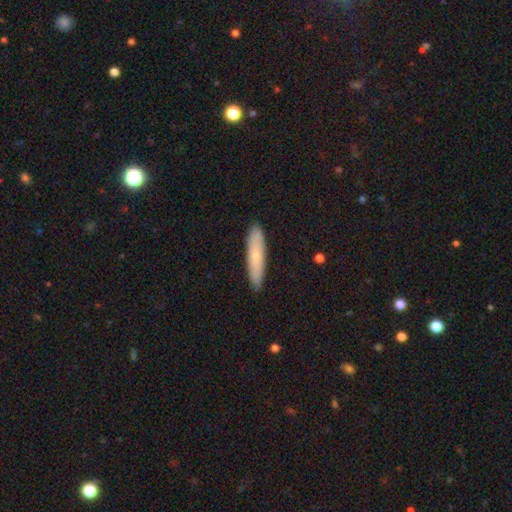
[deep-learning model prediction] Smooth or featured? smooth (70%)
How rounded? cigar-shaped (83%)
Merging? none (89%)